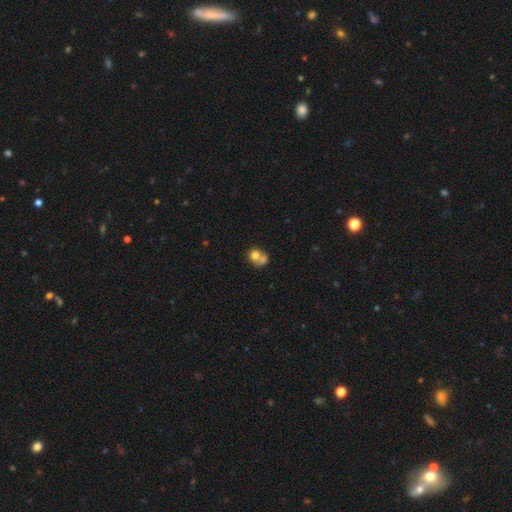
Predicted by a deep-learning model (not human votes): smooth_or_featured: smooth (p=0.70) [alt: featured or disk p=0.20]
how_rounded: round (p=0.68) [alt: in between p=0.31]
merging: merger (p=0.59) [alt: none p=0.28]